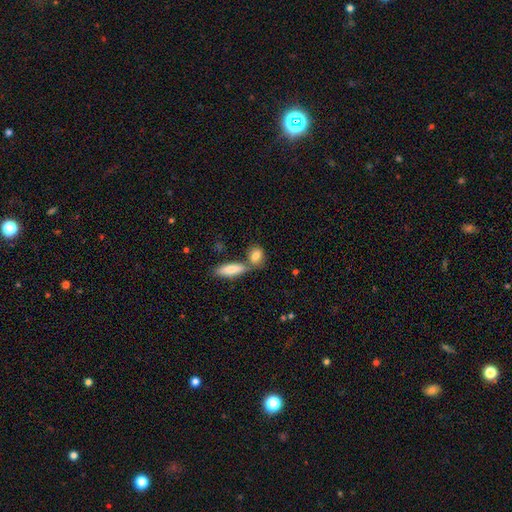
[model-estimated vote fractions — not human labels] smooth-or-featured: smooth: 82% | featured or disk: 11% | star or artifact: 7%
  how-rounded: in between: 62% | round: 27% | cigar-shaped: 11%
  merging: none: 53% | merger: 33% | minor disturbance: 11% | major disturbance: 3%